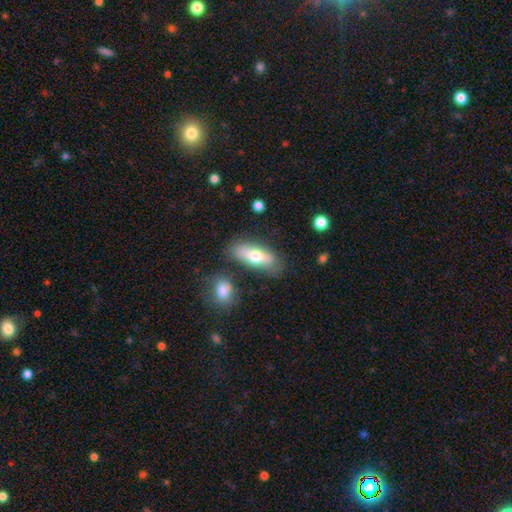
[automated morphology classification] Overall: smooth (61%; featured or disk 31%). How rounded: in between (66%; cigar-shaped 31%). Merging: none (73%).